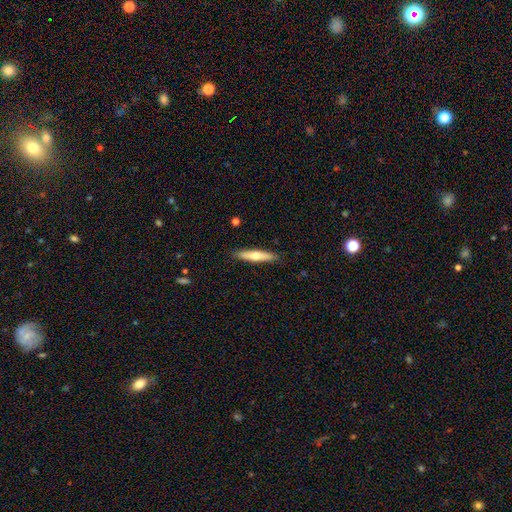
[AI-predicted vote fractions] Overall: smooth (54%; featured or disk 40%). How rounded: cigar-shaped (83%). Merging: none (89%).